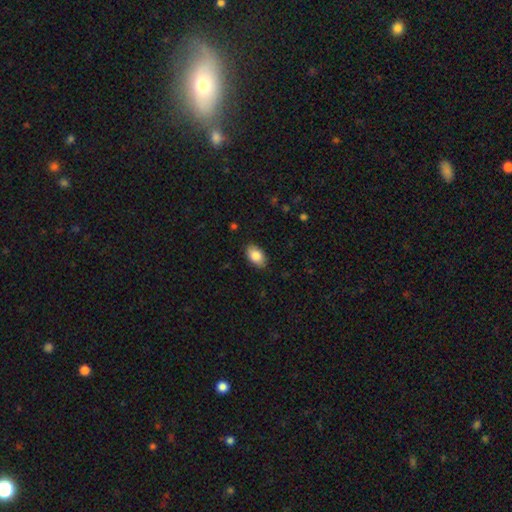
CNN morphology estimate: type=smooth (84%); roundness=in between (91%); merging=none (87%).